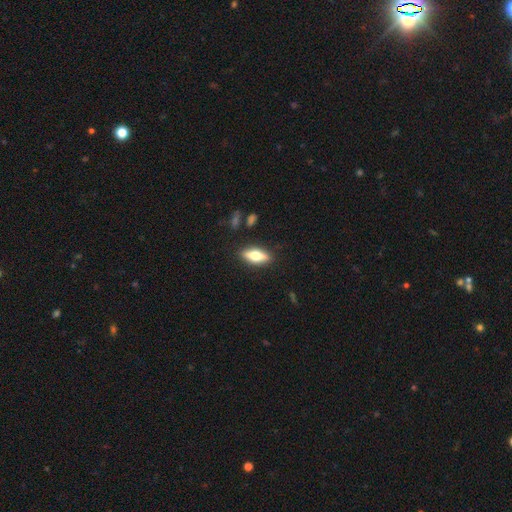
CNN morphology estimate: type=smooth (56%); roundness=in between (67%); merging=none (87%).